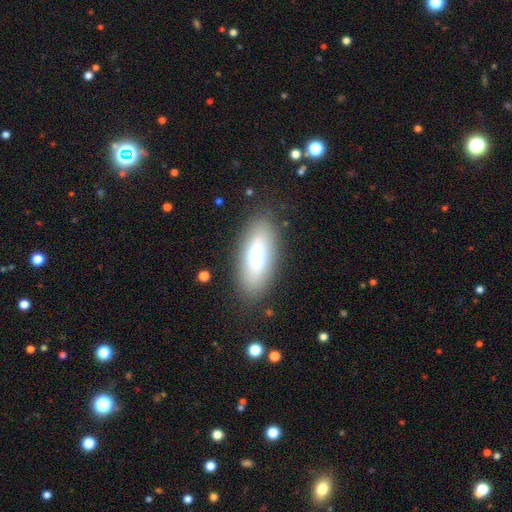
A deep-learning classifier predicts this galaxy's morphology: A smooth galaxy with no disk features (67%) that is in between round and cigar-shaped (80%).

Vote fractions:
- Smooth or featured? smooth: 67% / featured or disk: 24% / star or artifact: 9%
- How rounded? in between: 80% / cigar-shaped: 16% / round: 4%
- Merging? none: 85% / minor disturbance: 10% / major disturbance: 4% / merger: 1%